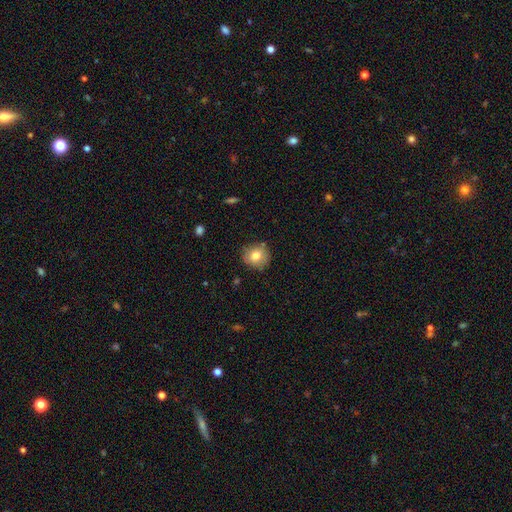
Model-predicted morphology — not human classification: A smooth galaxy with no disk features (78%) that is round (90%). Merging: none (83%).